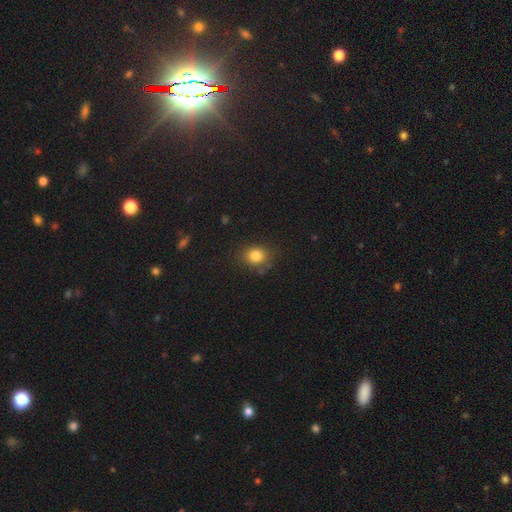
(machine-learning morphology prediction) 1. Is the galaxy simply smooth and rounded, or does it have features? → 82% smooth, 12% star or artifact, 6% featured or disk.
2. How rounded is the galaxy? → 64% round, 35% in between, 1% cigar-shaped.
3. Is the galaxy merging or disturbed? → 79% none, 15% minor disturbance, 4% major disturbance, 3% merger.